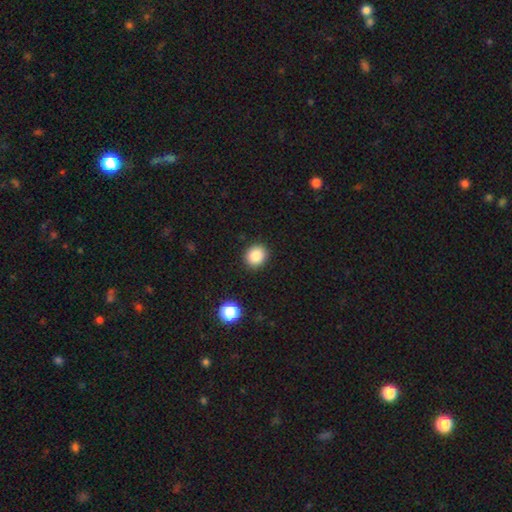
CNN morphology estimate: Smooth or featured? Predicted: smooth (p=0.86). How rounded? Predicted: round (p=0.79). Merging? Predicted: none (p=0.90).